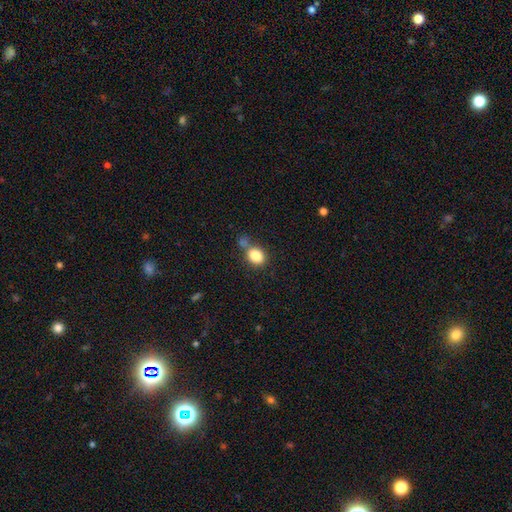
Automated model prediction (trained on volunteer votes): This is clearly a smooth galaxy (84%). How rounded: possibly in between (50%). Merging: possibly none (58%).